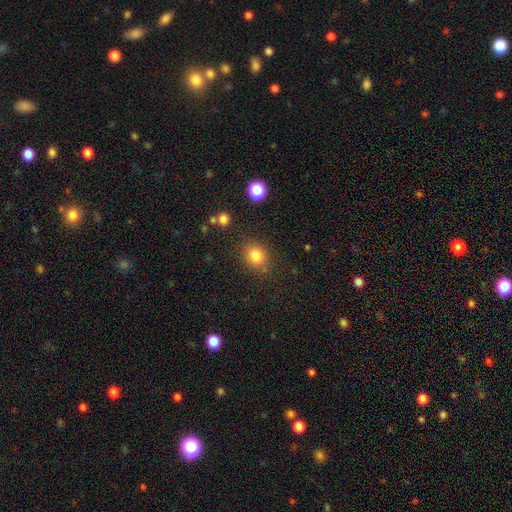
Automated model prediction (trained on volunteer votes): This is clearly a smooth galaxy (82%). How rounded: likely round (71%). Merging: clearly none (82%).